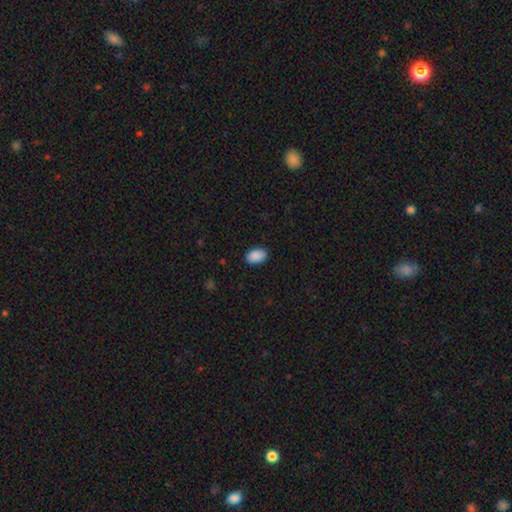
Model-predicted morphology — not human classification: type=smooth (91%); roundness=in between (90%); merging=none (89%).